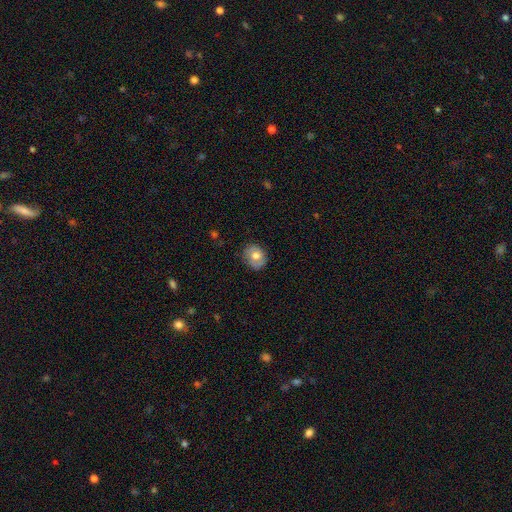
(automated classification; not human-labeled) smooth 61%, featured or disk 31%, star or artifact 8%. Down the decision tree: how rounded — round (73%); merging — none (79%).